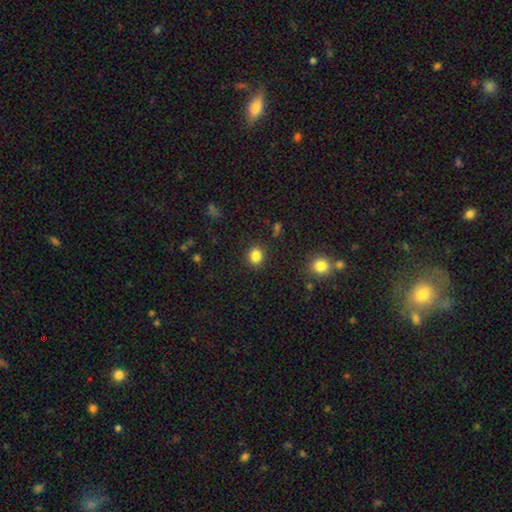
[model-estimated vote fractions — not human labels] Smooth or featured? Predicted: smooth (p=0.84). How rounded? Predicted: round (p=0.74). Merging? Predicted: none (p=0.89).